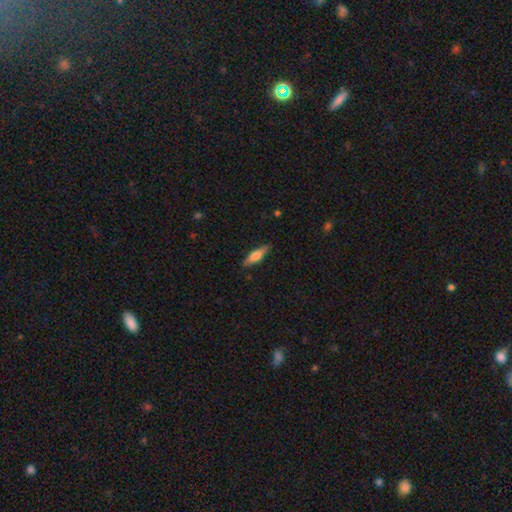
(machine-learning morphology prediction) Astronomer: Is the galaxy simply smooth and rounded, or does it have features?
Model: smooth — 55% (runner-up: featured or disk, 39%).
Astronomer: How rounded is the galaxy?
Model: cigar-shaped — 63%.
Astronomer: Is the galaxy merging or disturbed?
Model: none — 87%.